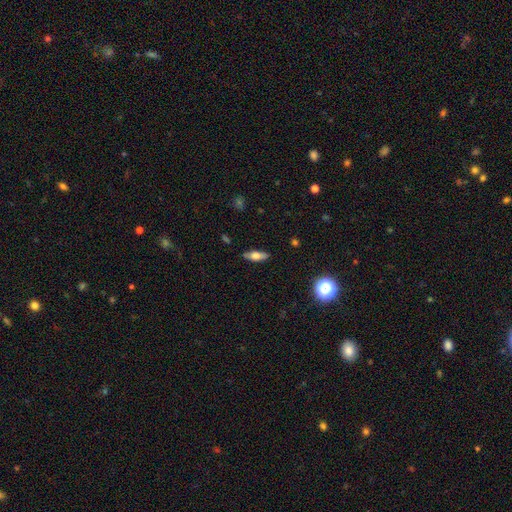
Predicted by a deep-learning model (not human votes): This appears to be a smooth galaxy with no disk features (60%) that is in between round and cigar-shaped (60%). Merging: none (86%).